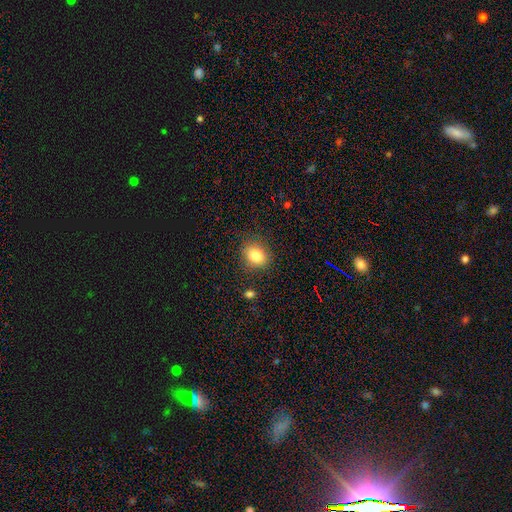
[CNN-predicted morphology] This appears to be a smooth galaxy with no disk features (82%) that is in between round and cigar-shaped (53%). Merging: none (83%).